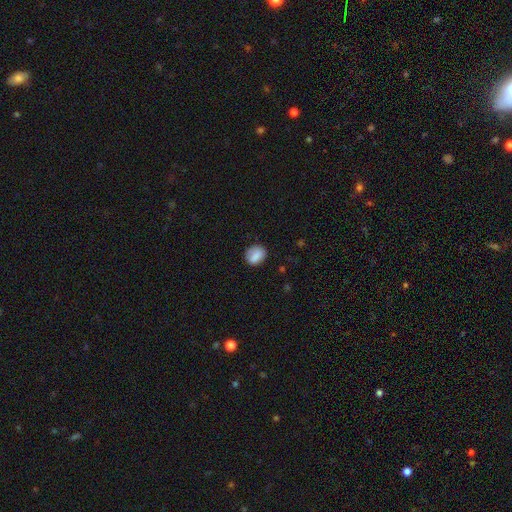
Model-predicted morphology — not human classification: Overall: smooth (83%). How rounded: round (52%; in between 47%). Merging: none (76%).